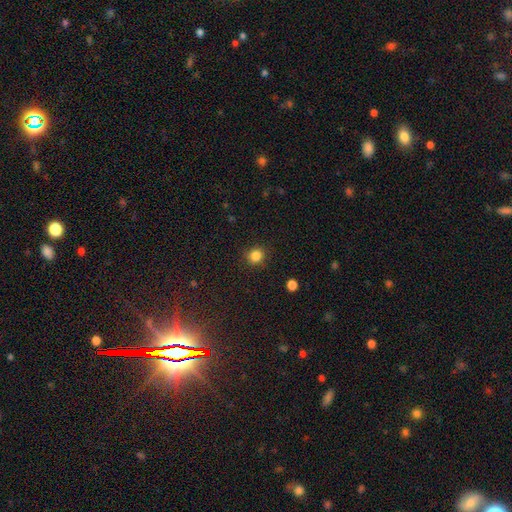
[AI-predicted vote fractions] A smooth galaxy with no disk features (85%) that is round (89%). Merging: none (89%).